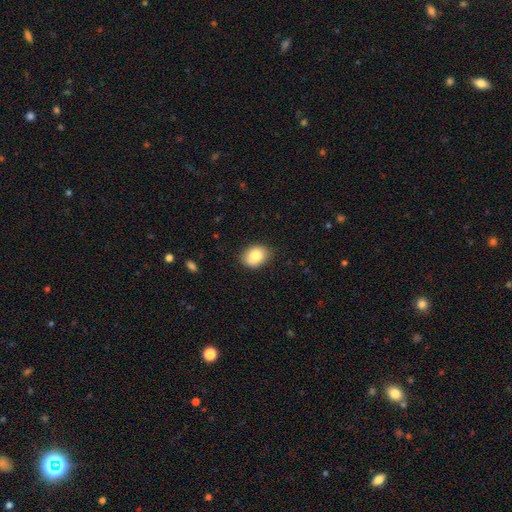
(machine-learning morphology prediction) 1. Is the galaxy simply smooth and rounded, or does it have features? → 84% smooth, 8% featured or disk, 8% star or artifact.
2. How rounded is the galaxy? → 66% in between, 33% round, 1% cigar-shaped.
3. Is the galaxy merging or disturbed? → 81% none, 15% minor disturbance, 3% major disturbance, 1% merger.